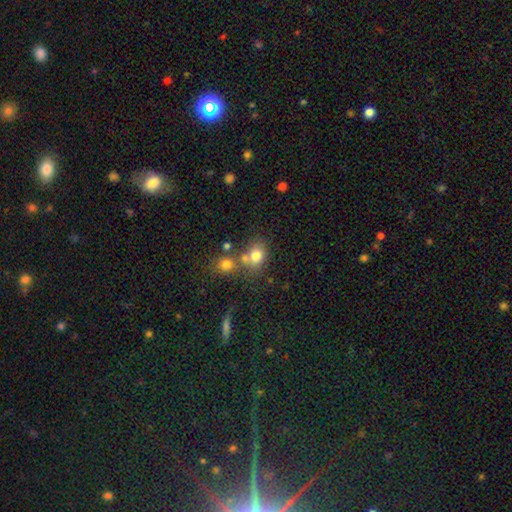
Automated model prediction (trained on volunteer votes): Smooth or featured? Predicted: smooth (p=0.77). How rounded? Predicted: round (p=0.60). Merging? Predicted: none (p=0.49).